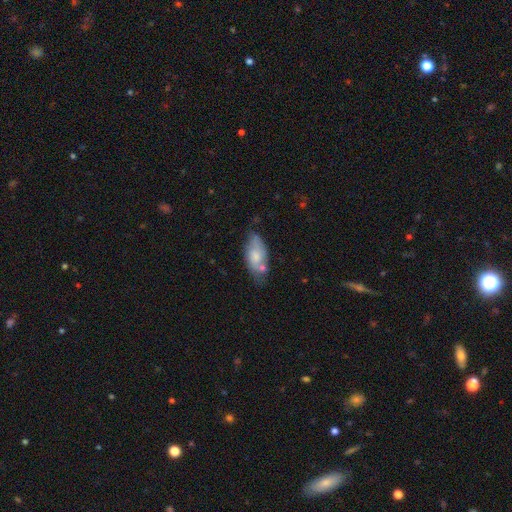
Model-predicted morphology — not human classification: Q: Smooth or featured?
A: smooth (63%); runner-up: featured or disk (31%)
Q: How rounded?
A: in between (88%); runner-up: cigar-shaped (10%)
Q: Merging?
A: none (49%); runner-up: minor disturbance (29%)